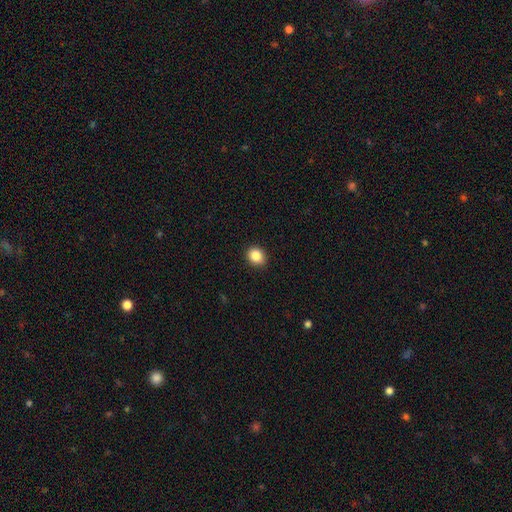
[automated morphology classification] Smooth or featured? Predicted: smooth (p=0.87). How rounded? Predicted: round (p=0.69). Merging? Predicted: none (p=0.90).